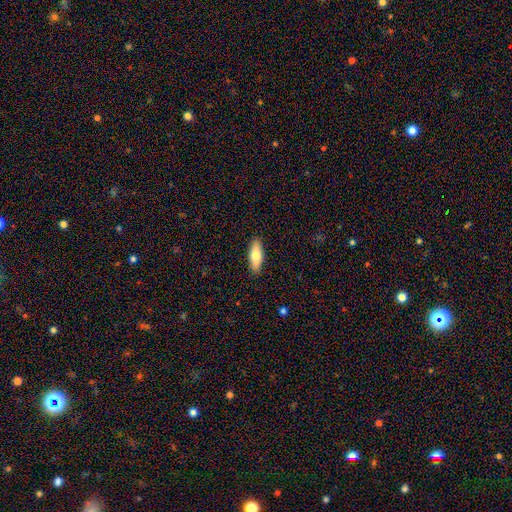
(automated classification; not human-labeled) This appears to be a smooth galaxy with no disk features (71%) that is in between round and cigar-shaped (63%). Merging: none (90%).